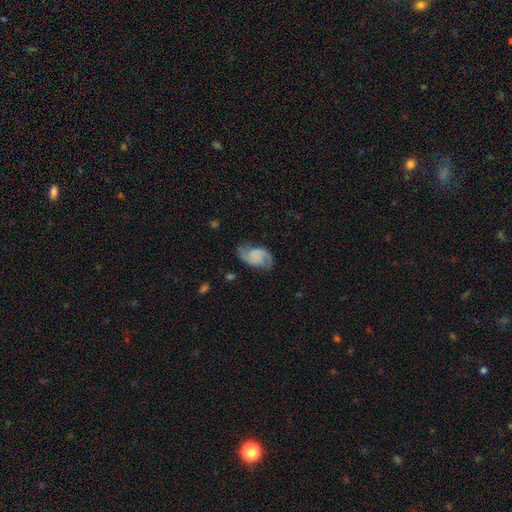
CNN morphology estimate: This appears to be a featured or disk galaxy (76%) with no bar (63%), 2 (91%) medium (46%) spiral arms (95%) and no central bulge (62%). Merging: none (71%).